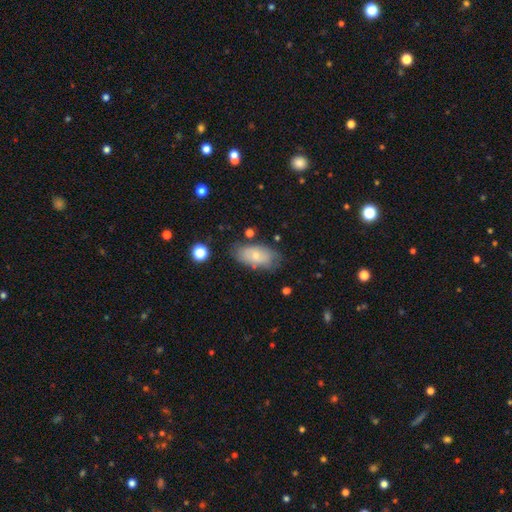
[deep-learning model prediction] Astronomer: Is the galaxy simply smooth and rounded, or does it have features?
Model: smooth — 64%.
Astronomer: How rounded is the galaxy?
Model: in between — 92%.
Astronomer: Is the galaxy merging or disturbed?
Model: none — 69%.